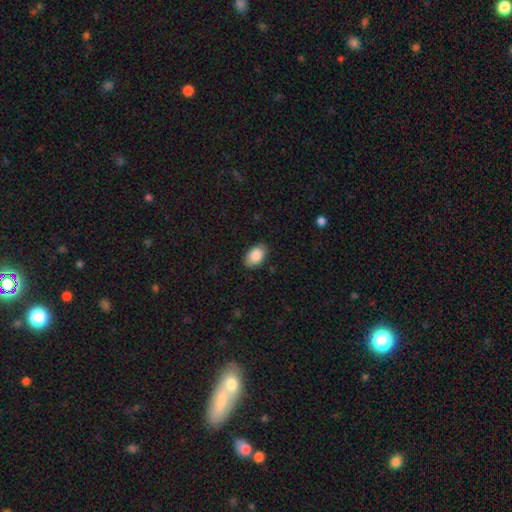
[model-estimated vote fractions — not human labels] Q: Smooth or featured?
A: smooth (87%); runner-up: star or artifact (7%)
Q: How rounded?
A: in between (91%); runner-up: round (7%)
Q: Merging?
A: none (85%); runner-up: minor disturbance (12%)